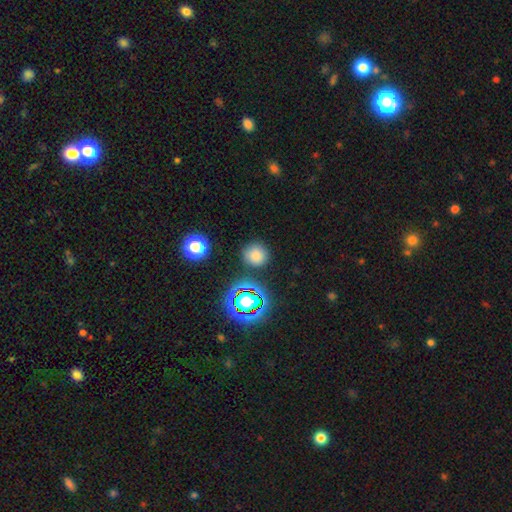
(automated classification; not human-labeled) Smooth or featured: smooth — 75% (star or artifact — 19%)
How rounded: round — 91% (in between — 8%)
Merging: none — 85% (minor disturbance — 8%)